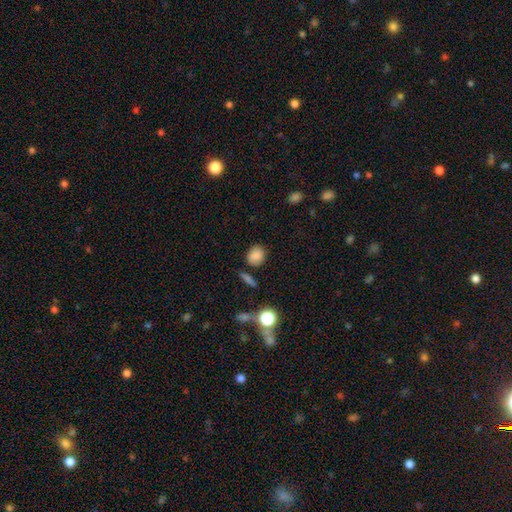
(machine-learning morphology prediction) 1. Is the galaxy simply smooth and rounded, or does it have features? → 84% smooth, 10% star or artifact, 5% featured or disk.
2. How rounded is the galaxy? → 65% round, 34% in between, 2% cigar-shaped.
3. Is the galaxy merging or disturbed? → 80% none, 12% minor disturbance, 5% merger, 3% major disturbance.